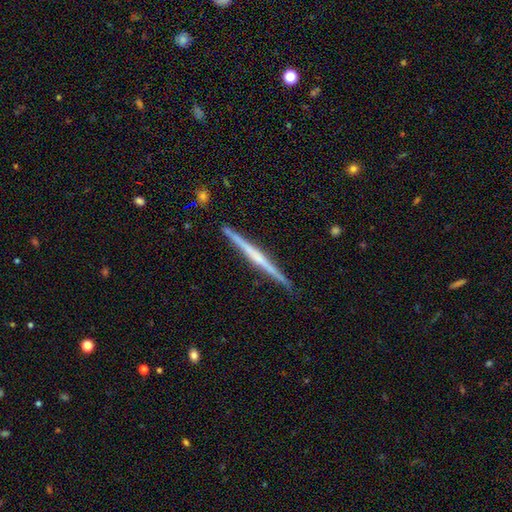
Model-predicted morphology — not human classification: The model was most divided on "edge-on bulge": none: 57%, rounded: 31%, boxy: 12%. More confident: edge-on disk — yes (98%); merging — none (91%); smooth or featured — featured or disk (72%).